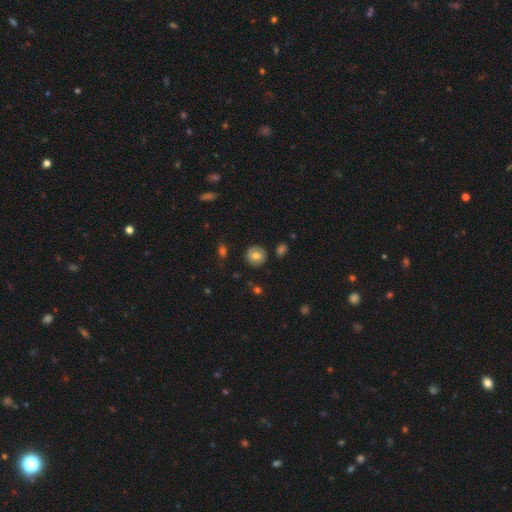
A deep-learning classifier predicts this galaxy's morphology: The model was most divided on "smooth or featured": smooth: 66%, featured or disk: 25%, star or artifact: 9%. More confident: how rounded — round (87%); merging — none (84%).